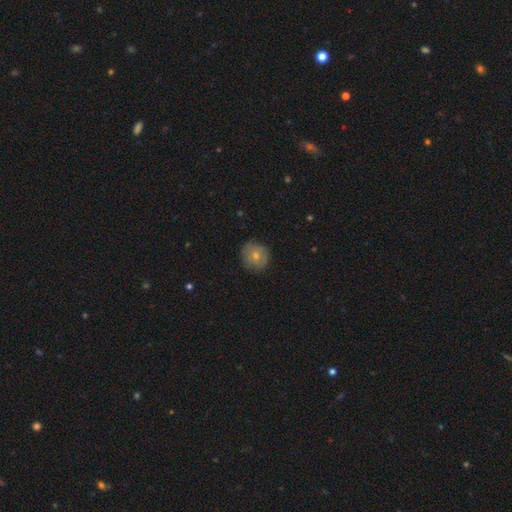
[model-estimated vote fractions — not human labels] A smooth galaxy with no disk features (68%) that is round (89%). Merging: none (78%).